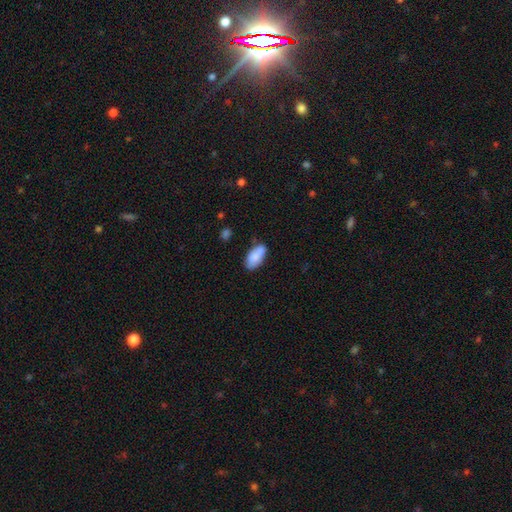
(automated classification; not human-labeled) smooth_or_featured: smooth (p=0.85) [alt: featured or disk p=0.08]
how_rounded: in between (p=0.91) [alt: cigar-shaped p=0.06]
merging: none (p=0.70) [alt: minor disturbance p=0.21]